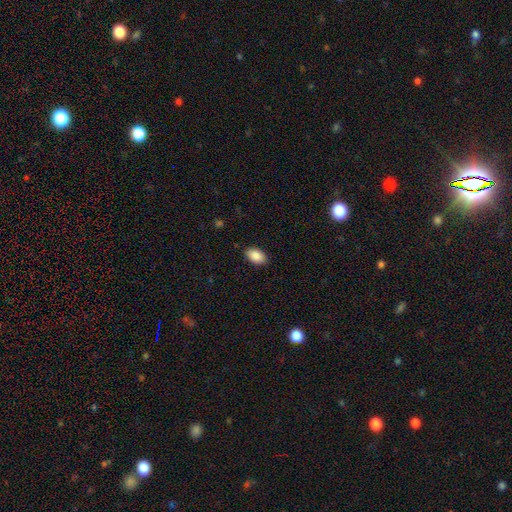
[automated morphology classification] A smooth galaxy with no disk features (88%) that is in between round and cigar-shaped (92%). Merging: none (88%).